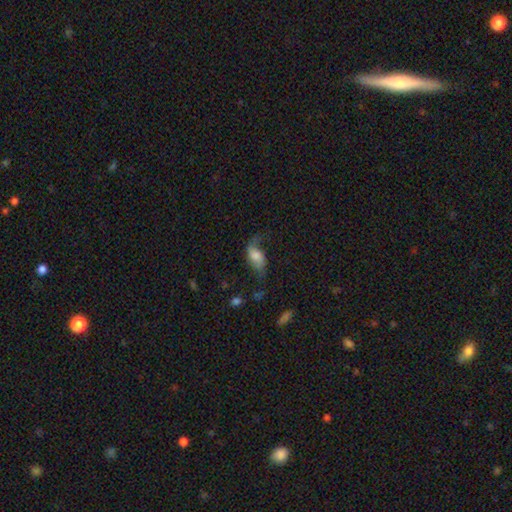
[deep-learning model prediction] smooth 47%, featured or disk 44%, star or artifact 9%. Down the decision tree: merging — none (44%).